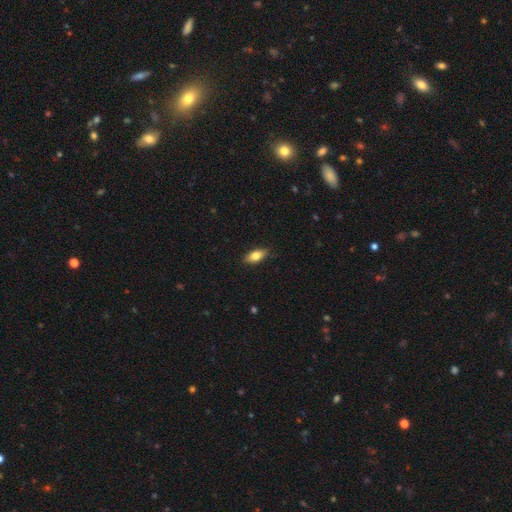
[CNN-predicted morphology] This appears to be a smooth galaxy with no disk features (74%) that is in between round and cigar-shaped (82%). Merging: none (85%).